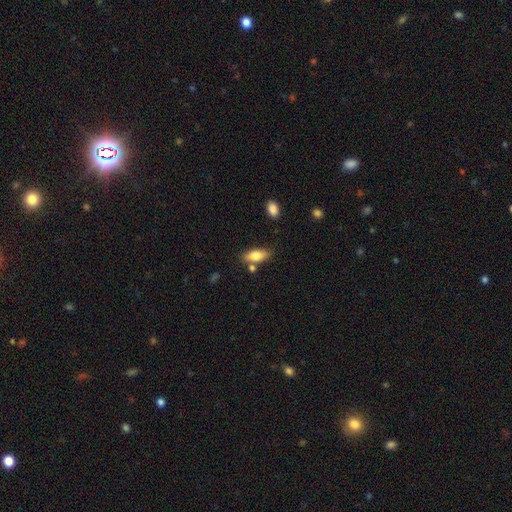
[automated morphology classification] A smooth galaxy with no disk features (78%) that is in between round and cigar-shaped (81%). Merging: none (72%).